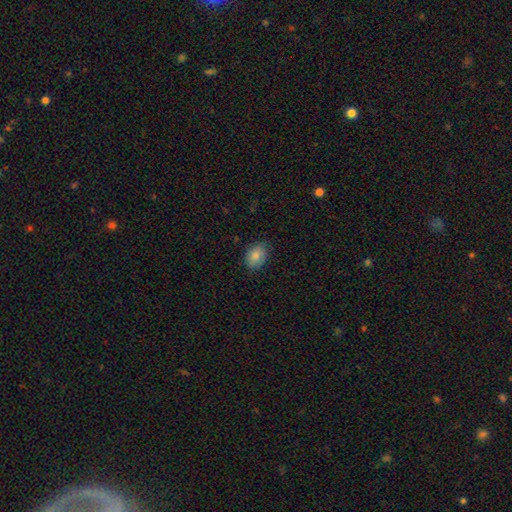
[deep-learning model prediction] This is clearly a smooth galaxy (86%). How rounded: likely in between (77%). Merging: clearly none (80%).